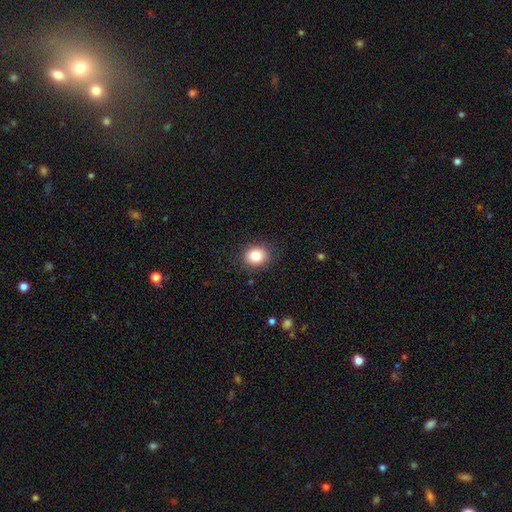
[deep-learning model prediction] Overall: smooth (84%). How rounded: round (66%; in between 33%). Merging: none (87%).